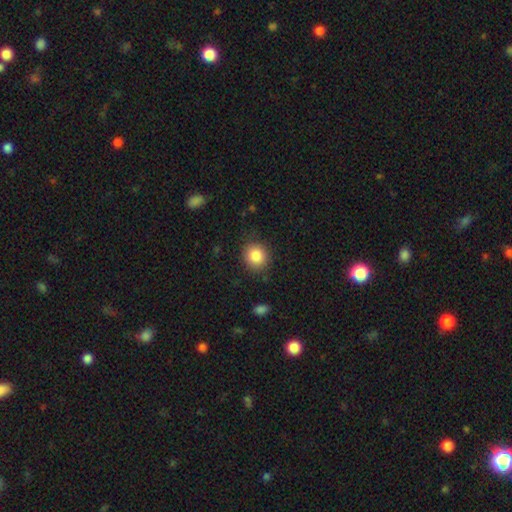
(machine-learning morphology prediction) Smooth or featured? Predicted: smooth (p=0.85). How rounded? Predicted: round (p=0.83). Merging? Predicted: none (p=0.85).